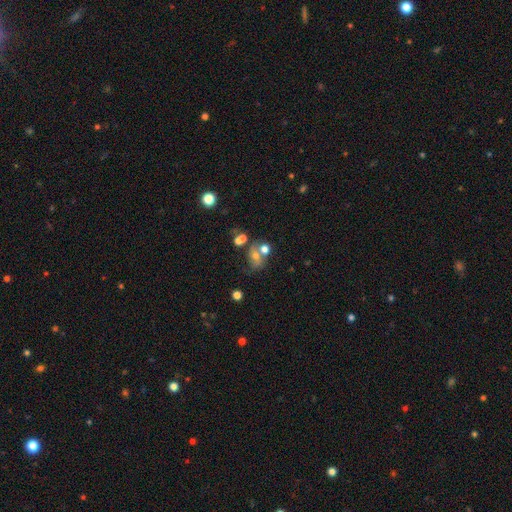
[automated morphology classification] A smooth galaxy with no disk features (48%). Merging: none (35%, tied with merger).